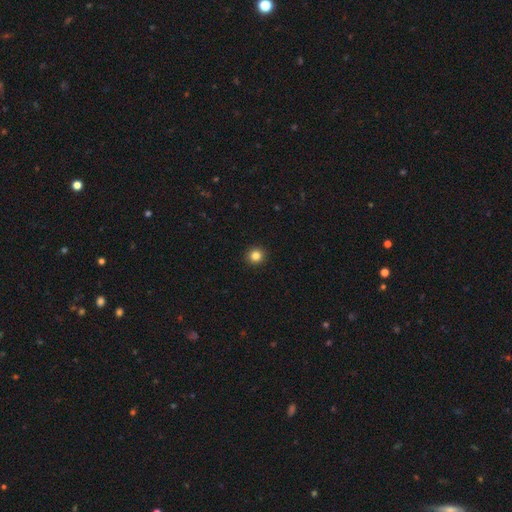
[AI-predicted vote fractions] smooth 84%, star or artifact 11%, featured or disk 4%. Down the decision tree: how rounded — round (92%); merging — none (93%).